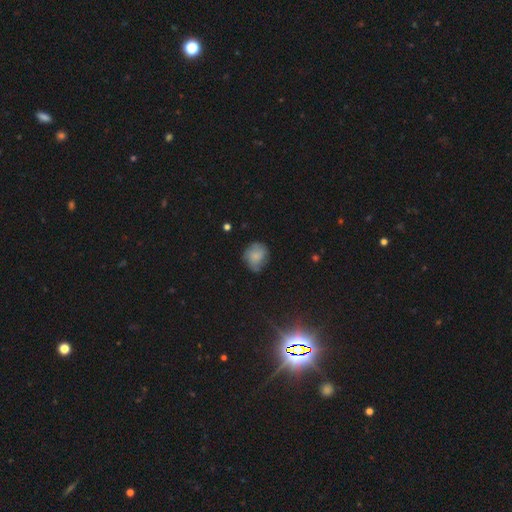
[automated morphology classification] Smooth or featured: smooth — 68% (featured or disk — 22%)
How rounded: round — 72% (in between — 27%)
Merging: none — 64% (minor disturbance — 26%)